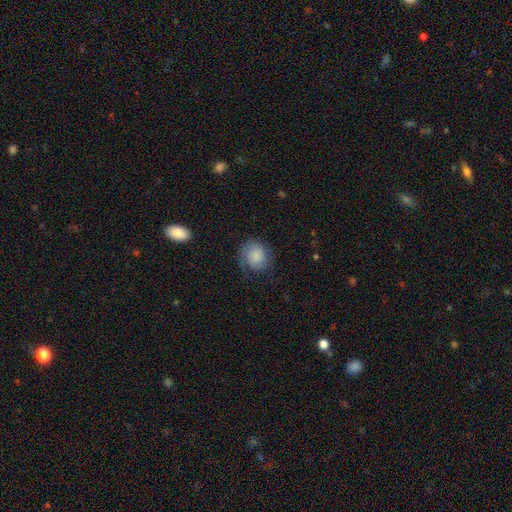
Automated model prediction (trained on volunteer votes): smooth-or-featured: smooth: 65% | featured or disk: 27% | star or artifact: 8%
  how-rounded: round: 80% | in between: 19% | cigar-shaped: 1%
  merging: none: 64% | minor disturbance: 22% | major disturbance: 13% | merger: 1%